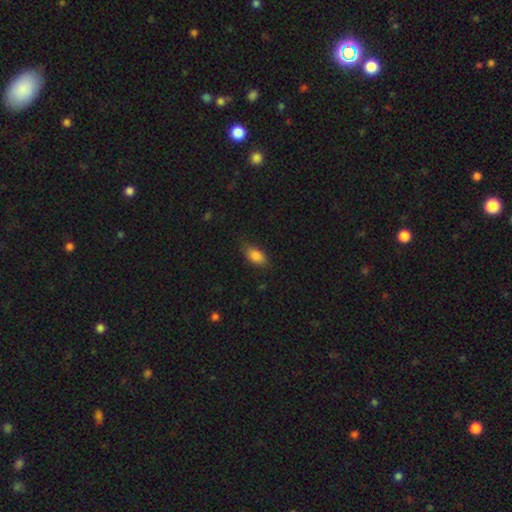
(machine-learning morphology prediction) Overall: smooth (86%). How rounded: in between (89%). Merging: none (74%).